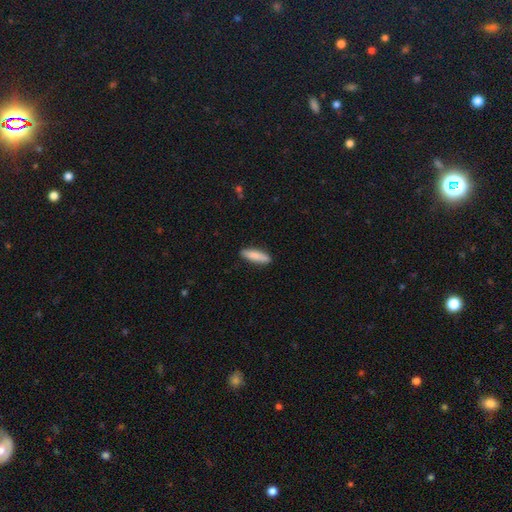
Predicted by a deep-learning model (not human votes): This is clearly a smooth galaxy (86%). How rounded: likely cigar-shaped (68%). Merging: clearly none (88%).